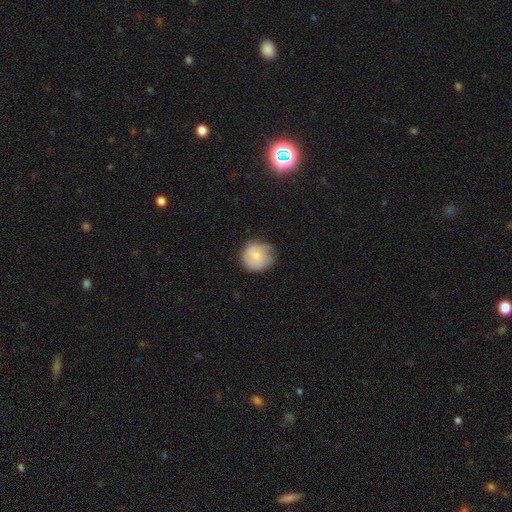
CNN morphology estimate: The model was most divided on "merging": none: 59%, minor disturbance: 31%, major disturbance: 9%, merger: 2%. More confident: how rounded — round (87%); smooth or featured — smooth (62%).